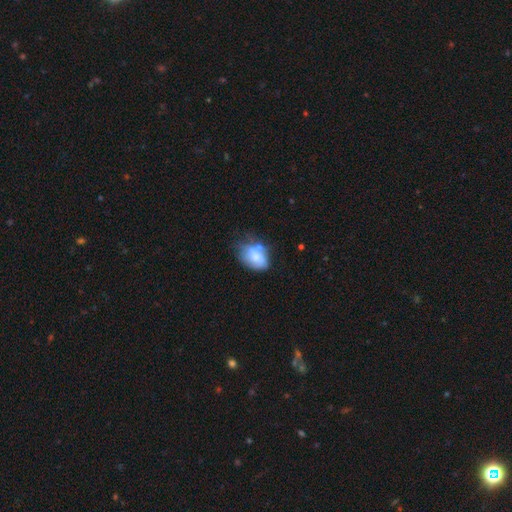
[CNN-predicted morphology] Smooth or featured? Predicted: smooth (p=0.56). How rounded? Predicted: in between (p=0.79). Merging? Predicted: none (p=0.32).